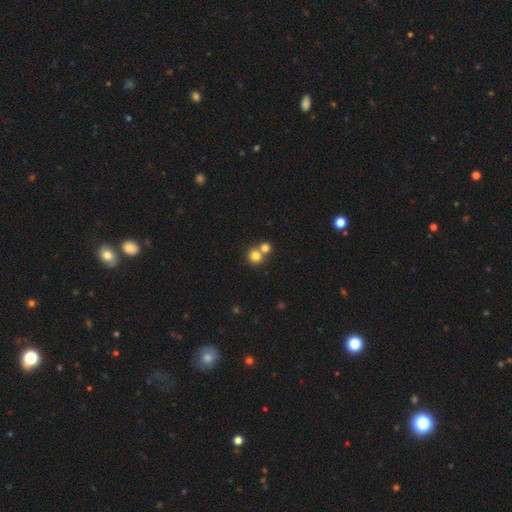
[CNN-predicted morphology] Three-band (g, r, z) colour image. It shows a smooth galaxy with no disk features (80%) that is round (89%). Merging: none (48%).